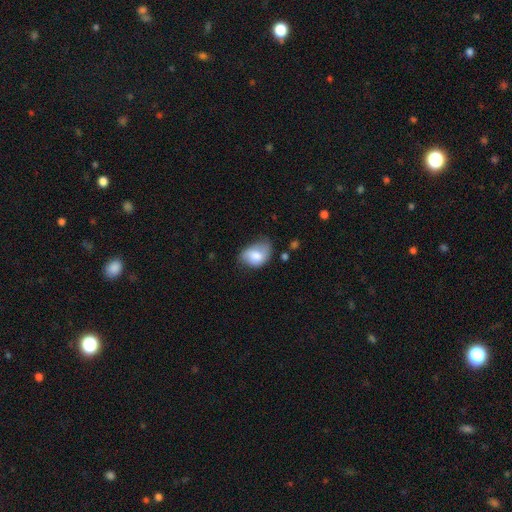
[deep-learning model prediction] Morphology: type=smooth (74%); roundness=in between (77%); merging=minor disturbance (42%).